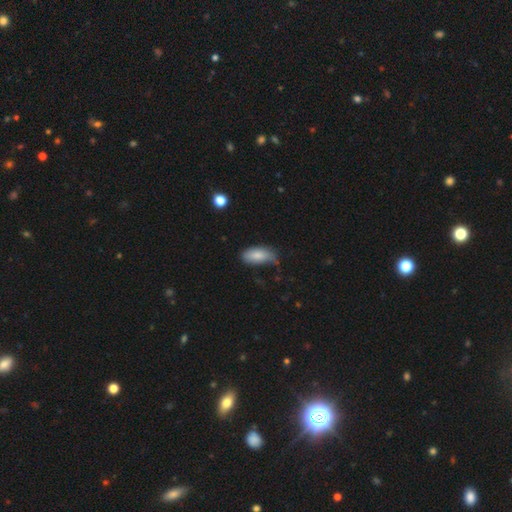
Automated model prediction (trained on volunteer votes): Smooth or featured? Predicted: smooth (p=0.82). How rounded? Predicted: in between (p=0.89). Merging? Predicted: none (p=0.50).